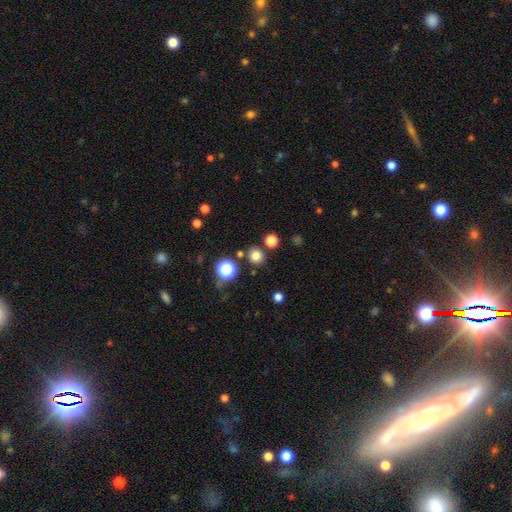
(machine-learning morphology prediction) smooth_or_featured: smooth (p=0.79) [alt: star or artifact p=0.16]
how_rounded: round (p=0.89) [alt: in between p=0.10]
merging: none (p=0.84) [alt: minor disturbance p=0.07]